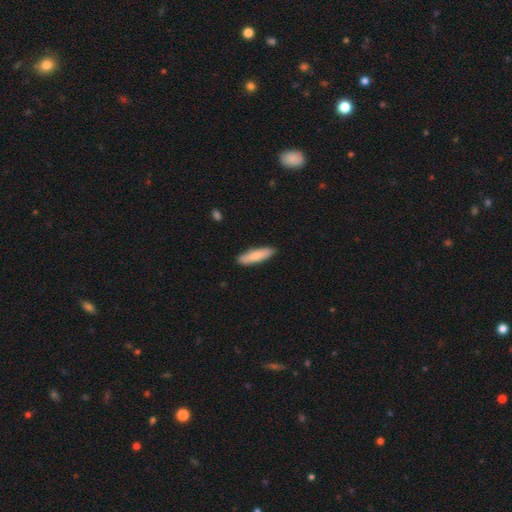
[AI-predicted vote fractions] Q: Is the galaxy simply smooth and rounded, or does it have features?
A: smooth — 82%.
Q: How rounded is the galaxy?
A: cigar-shaped — 71%.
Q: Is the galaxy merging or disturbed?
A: none — 87%.